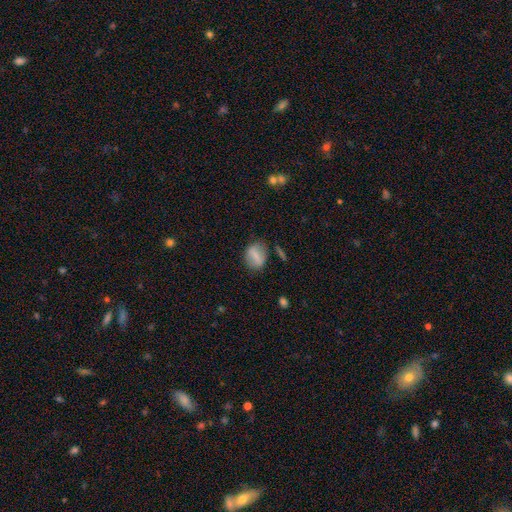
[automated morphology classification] Smooth or featured? Predicted: smooth (p=0.63). How rounded? Predicted: in between (p=0.61). Merging? Predicted: none (p=0.74).